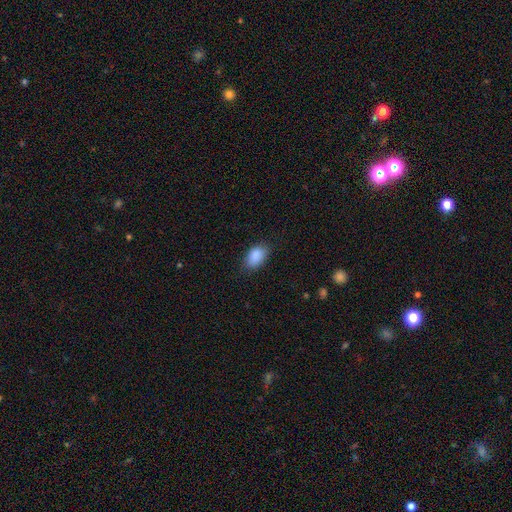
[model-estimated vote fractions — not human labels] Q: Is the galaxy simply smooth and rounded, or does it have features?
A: smooth — 89%.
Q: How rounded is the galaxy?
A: in between — 90%.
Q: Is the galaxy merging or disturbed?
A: none — 79%.